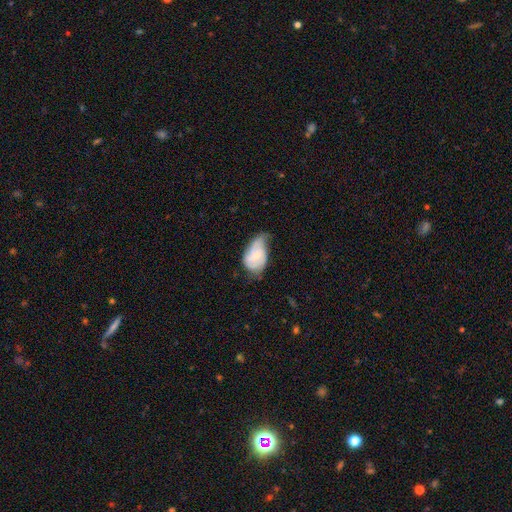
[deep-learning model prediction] Q: Smooth or featured?
A: featured or disk (52%); runner-up: smooth (42%)
Q: Edge-on disk?
A: no (96%); runner-up: yes (4%)
Q: Merging?
A: minor disturbance (45%); runner-up: none (27%)